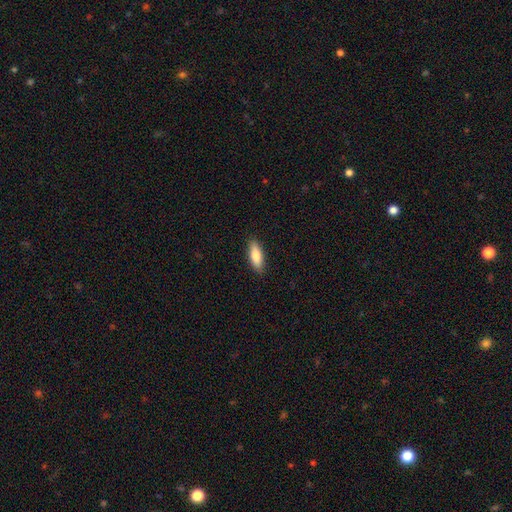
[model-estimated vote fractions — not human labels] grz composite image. It shows a smooth galaxy with no disk features (82%) that is in between round and cigar-shaped (66%). Merging: none (88%).